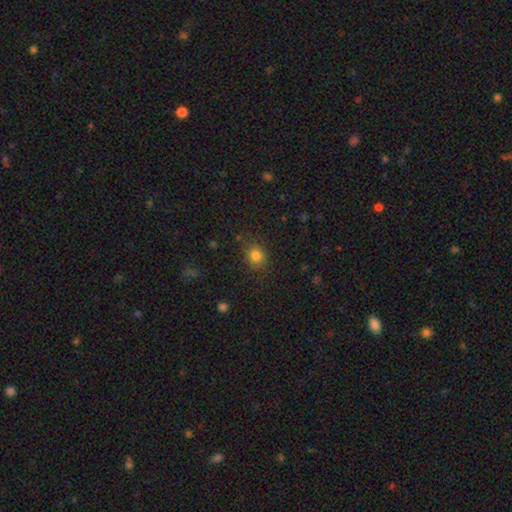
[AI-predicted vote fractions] Q: Smooth or featured?
A: smooth (81%); runner-up: star or artifact (13%)
Q: How rounded?
A: round (74%); runner-up: in between (25%)
Q: Merging?
A: none (84%); runner-up: minor disturbance (11%)